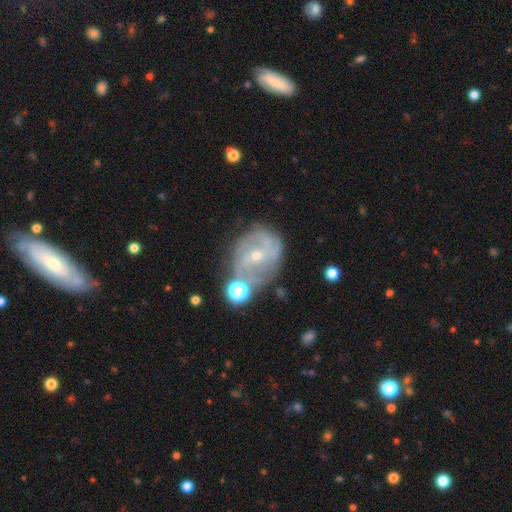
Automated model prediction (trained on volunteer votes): This appears to be a featured or disk galaxy (78%) with no bar (43%), 2 (42%) medium (42%) spiral arms (87%) and a small central bulge (67%). Merging: none (57%).